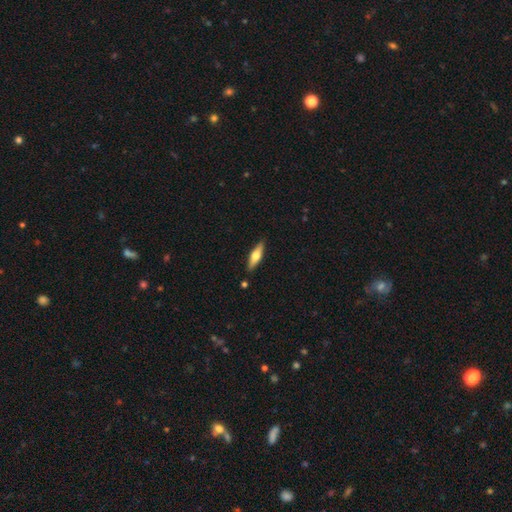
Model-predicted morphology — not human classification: A smooth galaxy with no disk features (50%) that is cigar-shaped (59%).

Vote fractions:
- Smooth or featured? smooth: 50% / featured or disk: 44% / star or artifact: 6%
- How rounded? cigar-shaped: 59% / in between: 39% / round: 2%
- Merging? none: 88% / minor disturbance: 8% / merger: 2% / major disturbance: 2%